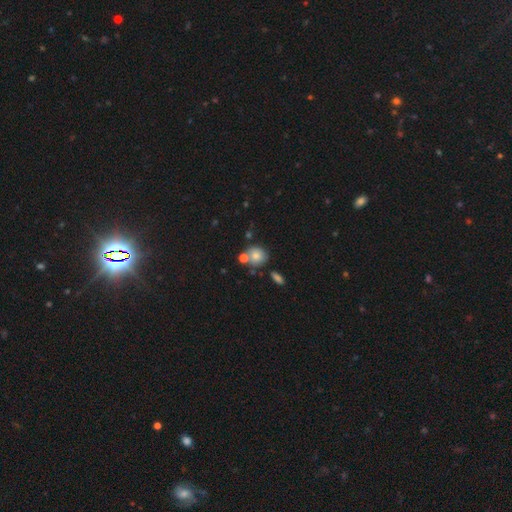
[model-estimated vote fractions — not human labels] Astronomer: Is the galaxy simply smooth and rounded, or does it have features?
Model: smooth — 76%.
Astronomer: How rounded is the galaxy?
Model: round — 80%.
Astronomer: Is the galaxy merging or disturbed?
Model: none — 62%.